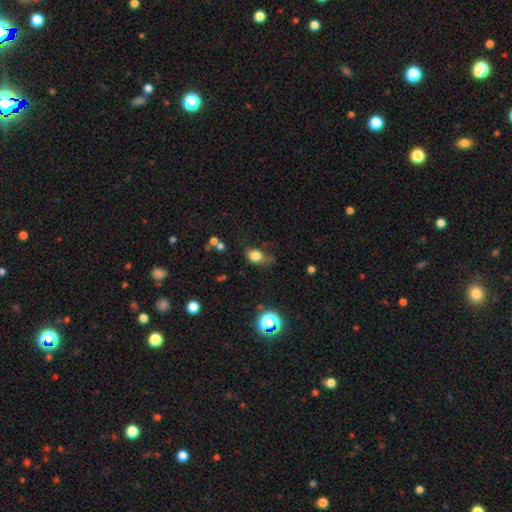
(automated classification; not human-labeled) Smooth or featured?
  - smooth: 78% *
  - star or artifact: 13%
  - featured or disk: 9%
How rounded?
  - in between: 57% *
  - round: 41%
  - cigar-shaped: 2%
Merging?
  - none: 43% *
  - minor disturbance: 35%
  - major disturbance: 19%
  - merger: 4%